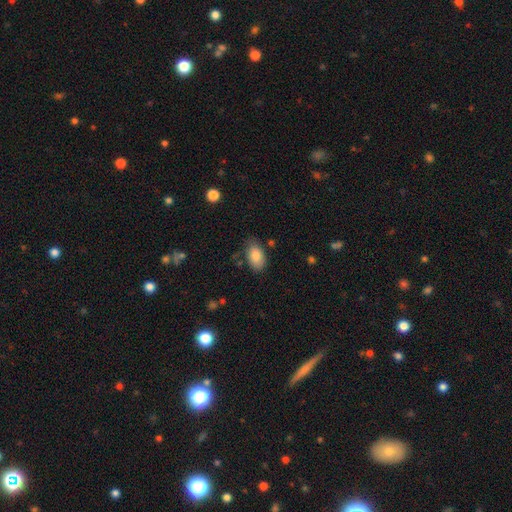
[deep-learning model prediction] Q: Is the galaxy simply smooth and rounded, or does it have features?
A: smooth — 83%.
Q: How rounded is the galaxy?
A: in between — 93%.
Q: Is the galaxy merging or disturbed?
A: none — 66%.